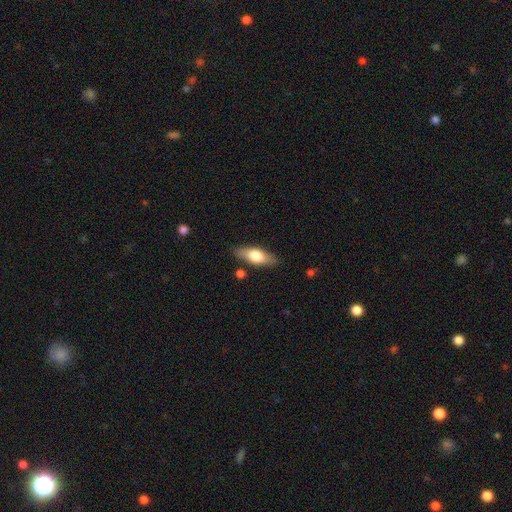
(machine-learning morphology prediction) The model was most divided on "smooth or featured": smooth: 62%, featured or disk: 32%, star or artifact: 6%. More confident: merging — none (84%); how rounded — in between (64%).